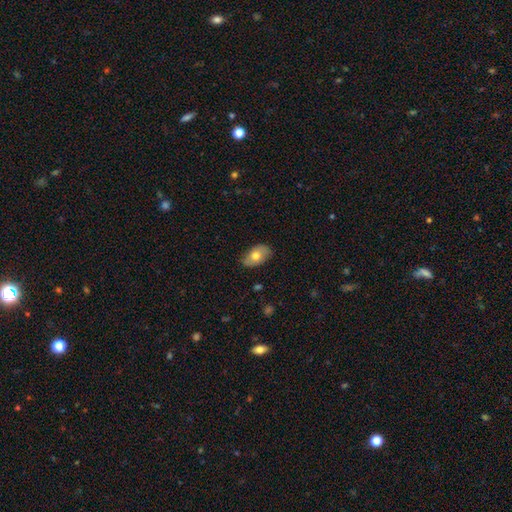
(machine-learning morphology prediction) This is likely a smooth galaxy (71%). How rounded: clearly in between (91%). Merging: likely none (79%).